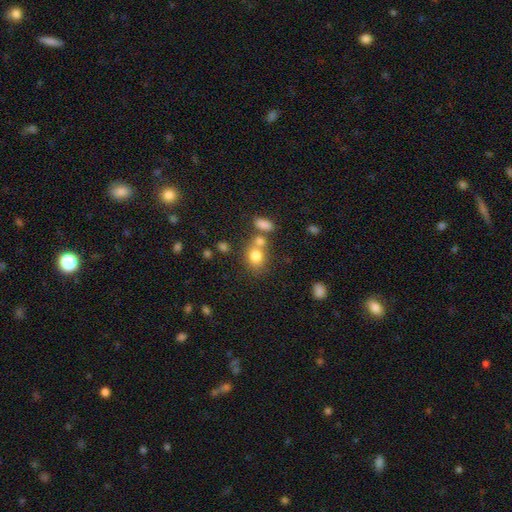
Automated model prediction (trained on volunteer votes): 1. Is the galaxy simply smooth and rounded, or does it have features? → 79% smooth, 11% star or artifact, 11% featured or disk.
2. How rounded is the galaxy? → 51% round, 48% in between, 1% cigar-shaped.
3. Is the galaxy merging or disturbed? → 49% none, 33% merger, 12% minor disturbance, 5% major disturbance.